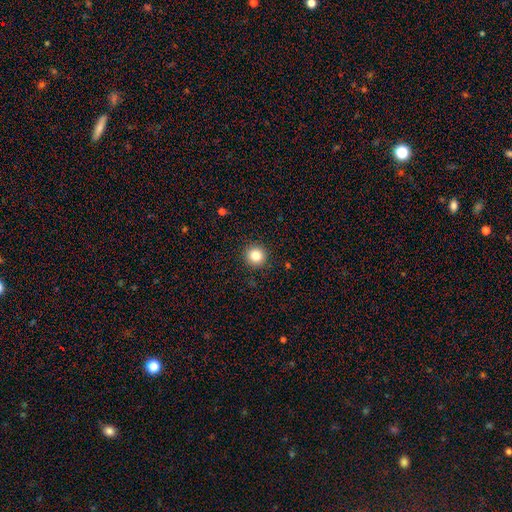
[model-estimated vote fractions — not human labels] Overall: smooth (83%). How rounded: round (94%). Merging: none (93%).